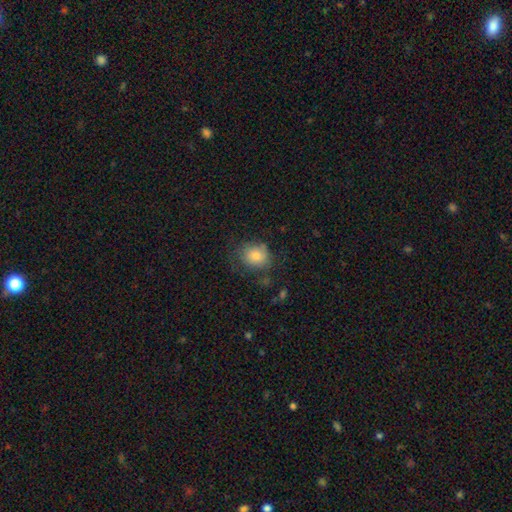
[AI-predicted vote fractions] Overall: smooth (80%). How rounded: round (67%; in between 32%). Merging: none (65%).